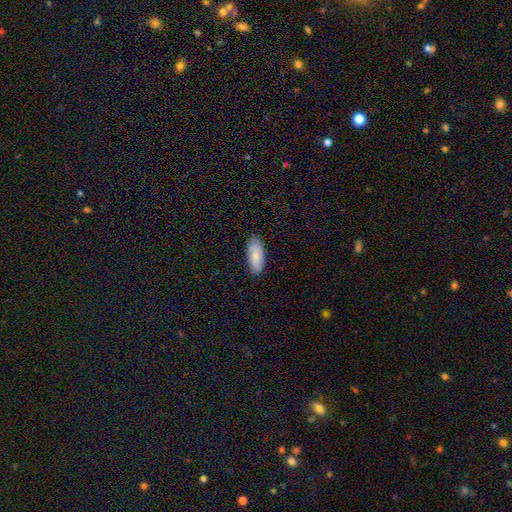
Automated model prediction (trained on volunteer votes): Smooth or featured: smooth — 83% (featured or disk — 11%)
How rounded: in between — 81% (cigar-shaped — 18%)
Merging: none — 87% (minor disturbance — 10%)